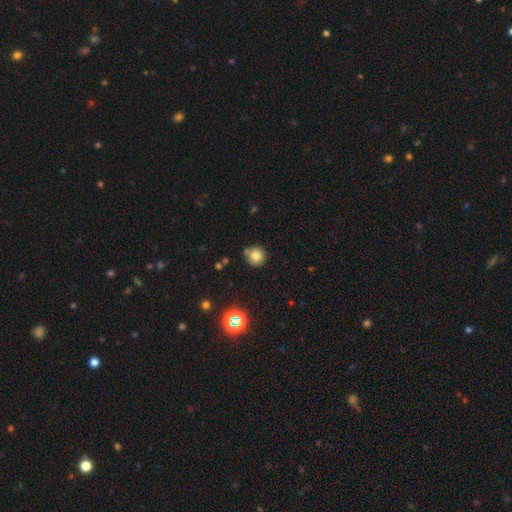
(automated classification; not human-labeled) Smooth or featured? smooth (78%)
How rounded? round (92%)
Merging? none (75%)